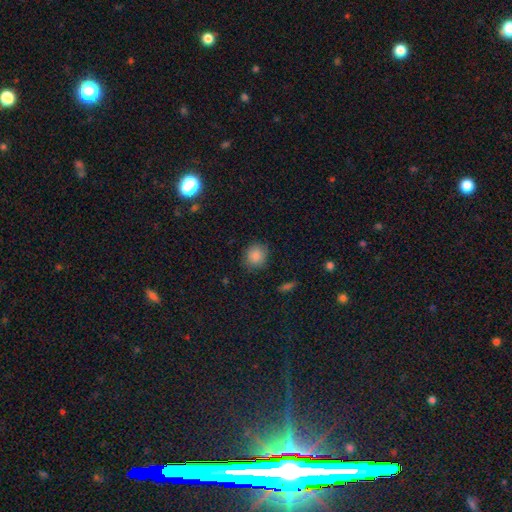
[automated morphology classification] smooth_or_featured: smooth (p=0.85) [alt: star or artifact p=0.09]
how_rounded: round (p=0.81) [alt: in between p=0.18]
merging: none (p=0.82) [alt: minor disturbance p=0.14]